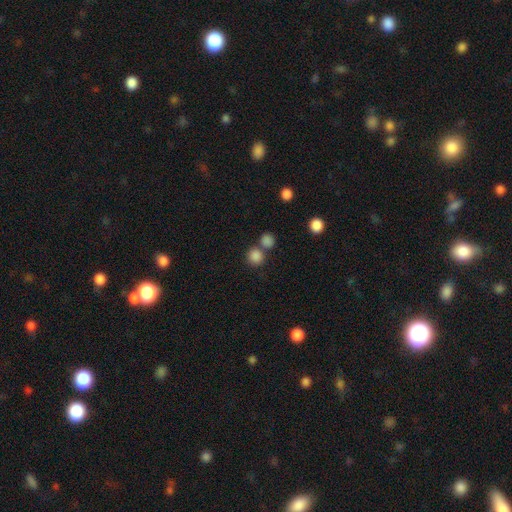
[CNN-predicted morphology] Smooth or featured? Predicted: smooth (p=0.85). How rounded? Predicted: round (p=0.88). Merging? Predicted: none (p=0.57).